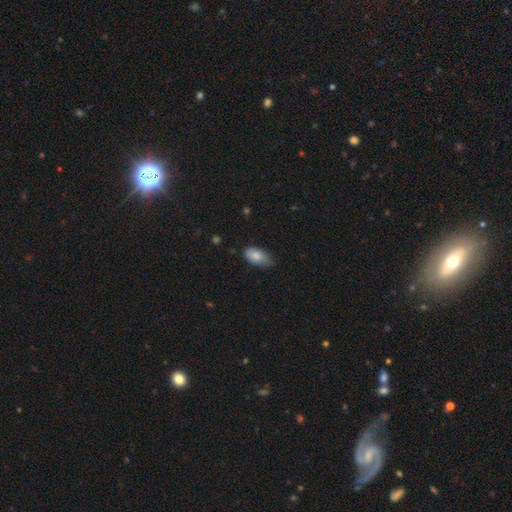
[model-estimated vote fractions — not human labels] smooth_or_featured: smooth (p=0.81) [alt: featured or disk p=0.12]
how_rounded: in between (p=0.93) [alt: round p=0.04]
merging: none (p=0.60) [alt: minor disturbance p=0.33]